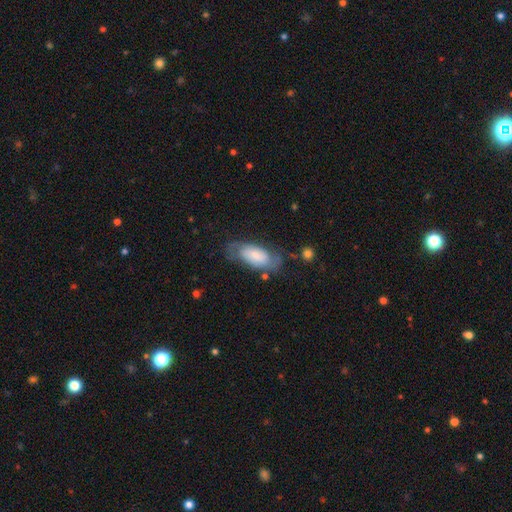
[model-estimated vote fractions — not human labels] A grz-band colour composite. It shows a smooth galaxy with no disk features (56%) that is in between round and cigar-shaped (88%). Merging: none (57%).